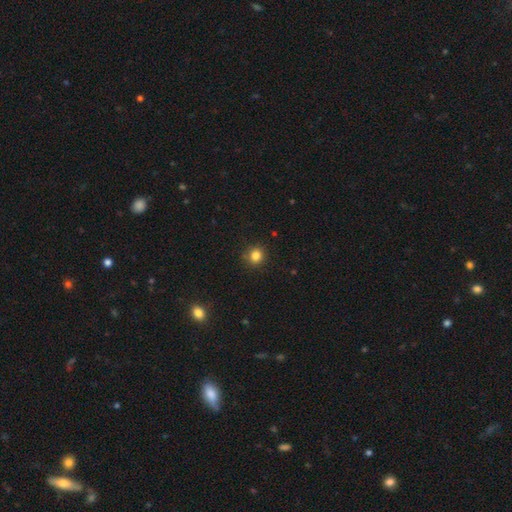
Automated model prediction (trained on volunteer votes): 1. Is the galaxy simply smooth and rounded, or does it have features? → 83% smooth, 13% star or artifact, 5% featured or disk.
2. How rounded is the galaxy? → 87% round, 12% in between, 1% cigar-shaped.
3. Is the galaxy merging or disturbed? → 88% none, 8% minor disturbance, 2% major disturbance, 1% merger.